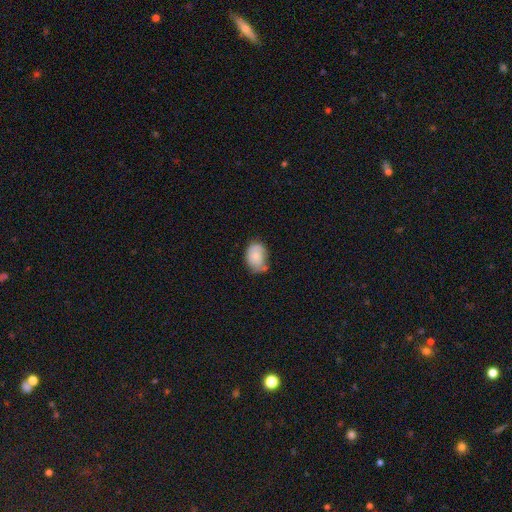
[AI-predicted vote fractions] This is likely a smooth galaxy (73%). How rounded: likely in between (75%). Merging: possibly none (47%).